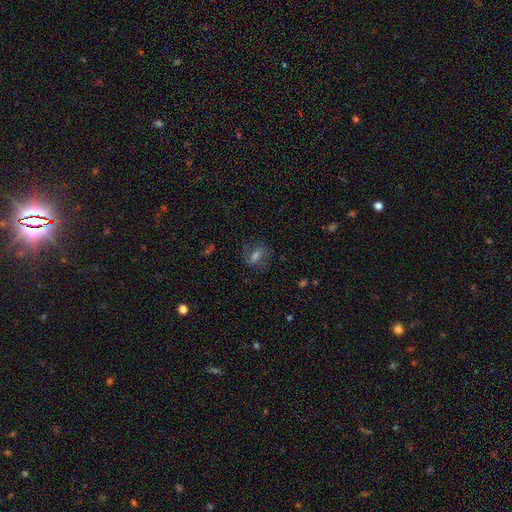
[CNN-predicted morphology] The model was most divided on "smooth or featured": smooth: 43%, featured or disk: 36%, star or artifact: 22%. More confident: merging — none (73%).